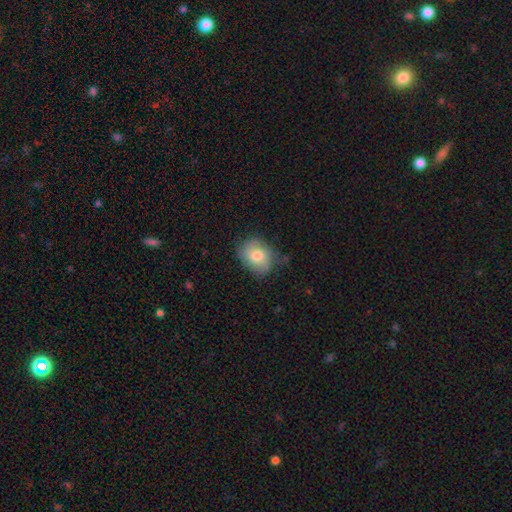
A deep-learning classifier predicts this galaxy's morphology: smooth 67%, featured or disk 25%, star or artifact 8%. Down the decision tree: how rounded — in between (56%); merging — none (65%).